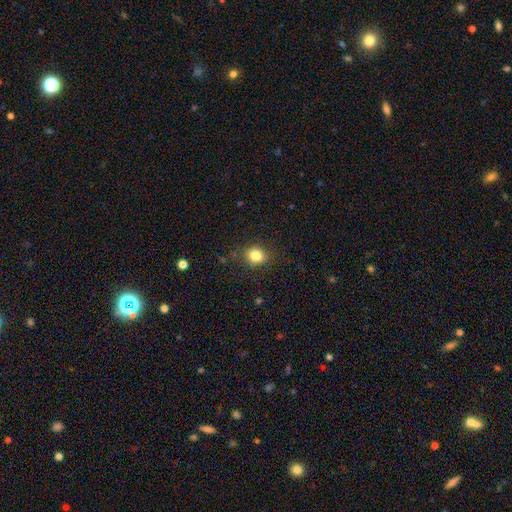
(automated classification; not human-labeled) A smooth galaxy with no disk features (83%) that is round (72%). Merging: none (84%).